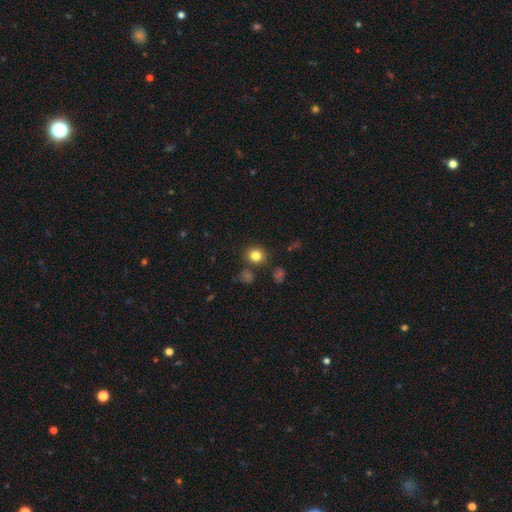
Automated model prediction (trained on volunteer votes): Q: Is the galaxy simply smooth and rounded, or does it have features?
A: smooth — 82%.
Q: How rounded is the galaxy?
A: round — 80%.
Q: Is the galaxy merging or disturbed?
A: none — 82%.